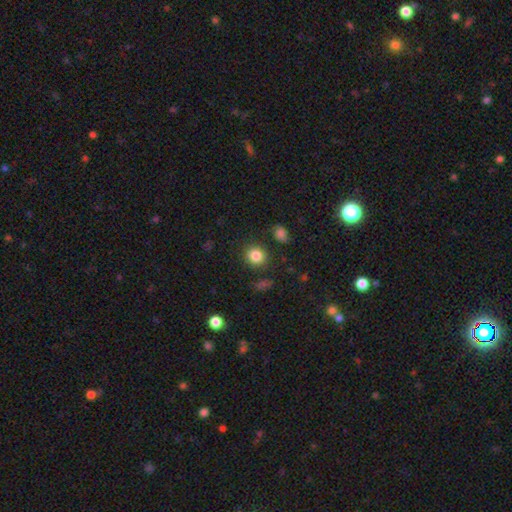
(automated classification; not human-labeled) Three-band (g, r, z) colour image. It shows a smooth galaxy with no disk features (84%) that is round (81%). Merging: none (85%).